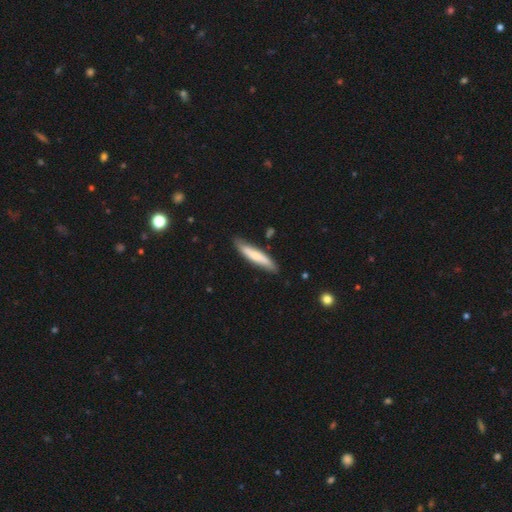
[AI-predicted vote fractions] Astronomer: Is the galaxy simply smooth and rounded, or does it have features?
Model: smooth — 64%.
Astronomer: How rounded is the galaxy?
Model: cigar-shaped — 86%.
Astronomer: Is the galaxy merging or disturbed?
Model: none — 81%.